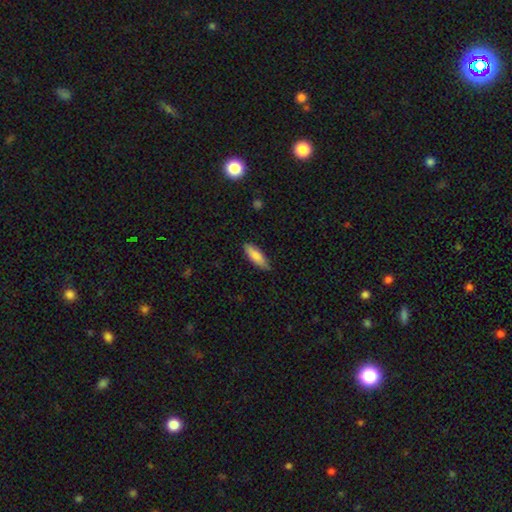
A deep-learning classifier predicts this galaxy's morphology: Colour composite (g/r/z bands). It shows a smooth galaxy with no disk features (84%) that is in between round and cigar-shaped (55%). Merging: none (83%).